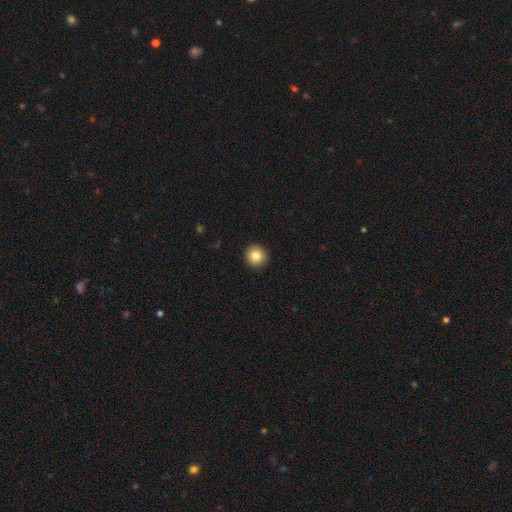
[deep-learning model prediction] Overall: smooth (85%). How rounded: round (94%). Merging: none (93%).